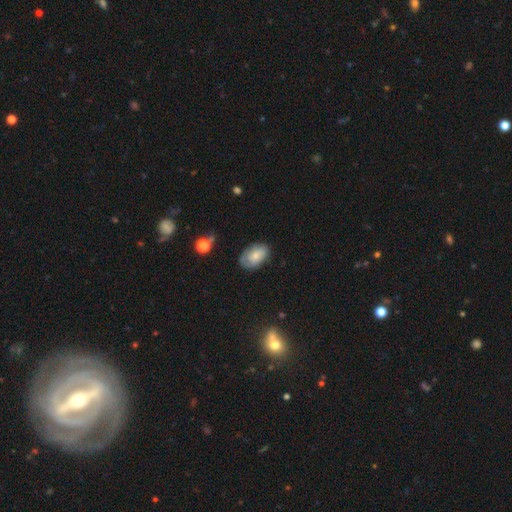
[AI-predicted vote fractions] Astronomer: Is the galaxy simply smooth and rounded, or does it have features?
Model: smooth — 64%.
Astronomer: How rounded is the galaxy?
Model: in between — 91%.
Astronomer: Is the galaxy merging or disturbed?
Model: none — 68%.